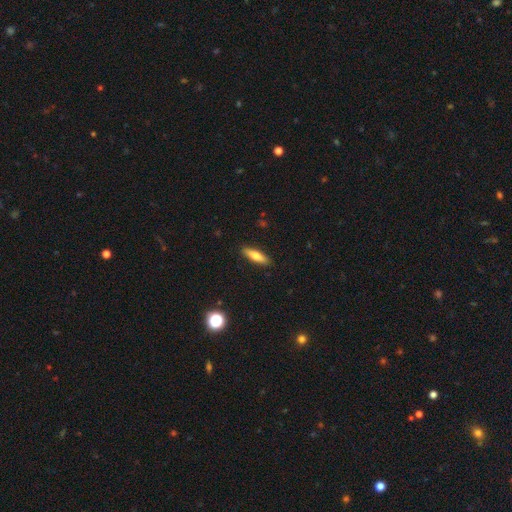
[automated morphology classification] Smooth or featured?
  - smooth: 72% *
  - featured or disk: 22%
  - star or artifact: 7%
How rounded?
  - cigar-shaped: 61% *
  - in between: 37%
  - round: 2%
Merging?
  - none: 89% *
  - minor disturbance: 8%
  - major disturbance: 2%
  - merger: 1%